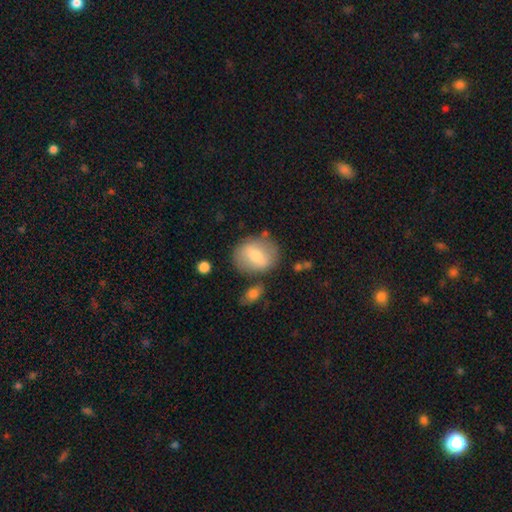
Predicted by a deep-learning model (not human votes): Overall: smooth (60%; featured or disk 33%). How rounded: round (56%; in between 43%). Merging: none (73%).